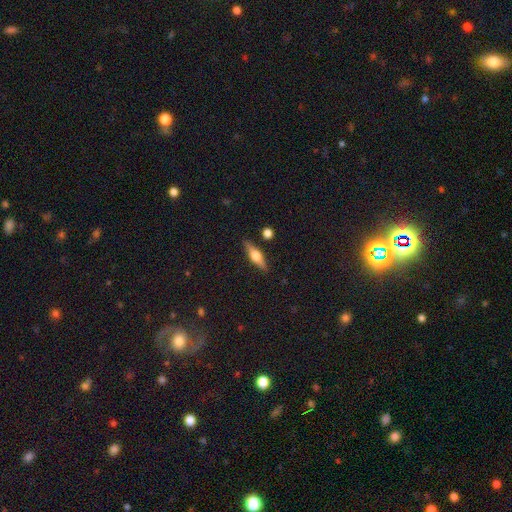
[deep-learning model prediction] smooth-or-featured: featured or disk: 58% | smooth: 35% | star or artifact: 7%
  disk-edge-on: yes: 95% | no: 5%
    edge-on-bulge: rounded: 92% | boxy: 6% | none: 2%
  merging: none: 87% | minor disturbance: 9% | merger: 3% | major disturbance: 2%